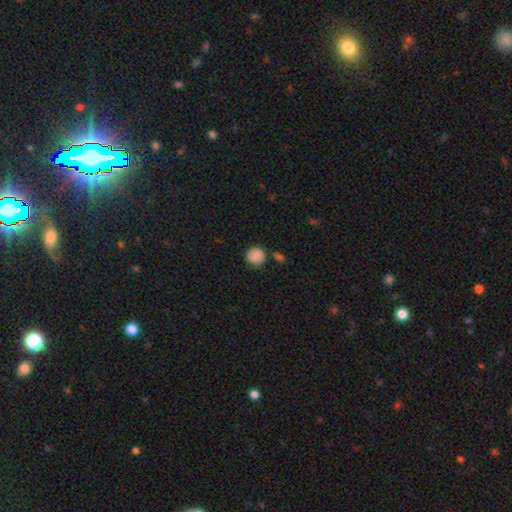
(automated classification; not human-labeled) A smooth galaxy with no disk features (87%) that is round (91%).

Vote fractions:
- Smooth or featured? smooth: 87% / star or artifact: 9% / featured or disk: 4%
- How rounded? round: 91% / in between: 8% / cigar-shaped: 1%
- Merging? none: 76% / minor disturbance: 13% / merger: 8% / major disturbance: 4%